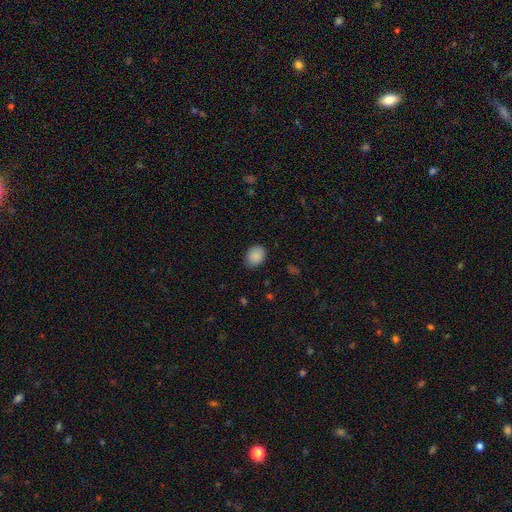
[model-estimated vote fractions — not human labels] This appears to be a smooth galaxy with no disk features (89%) that is in between round and cigar-shaped (59%). Merging: none (84%).